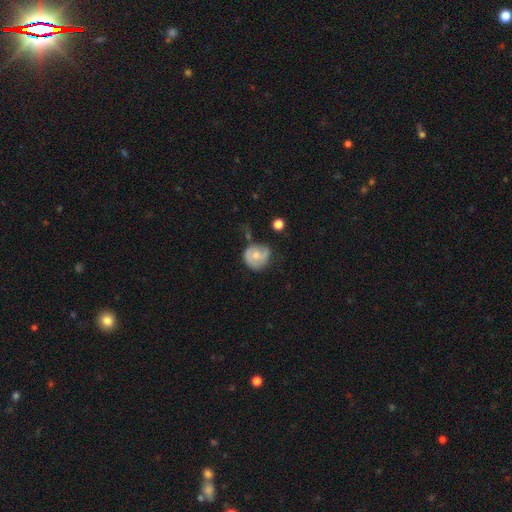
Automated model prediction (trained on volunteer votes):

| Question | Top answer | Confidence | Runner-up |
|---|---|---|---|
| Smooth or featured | smooth | 47% | featured or disk (45%) |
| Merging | none | 48% | minor disturbance (32%) |